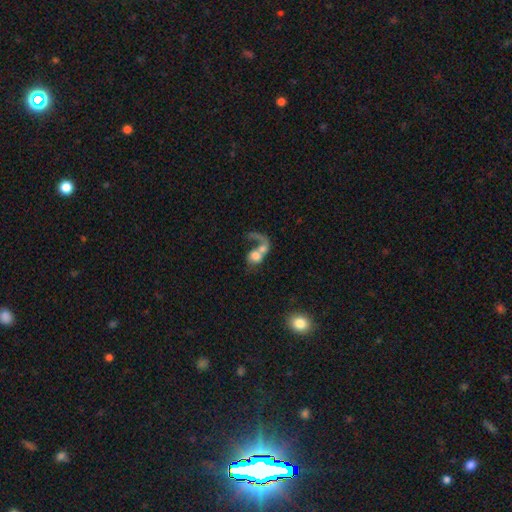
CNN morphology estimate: This is possibly a featured or disk galaxy (47%). Merging: possibly merger (59%).